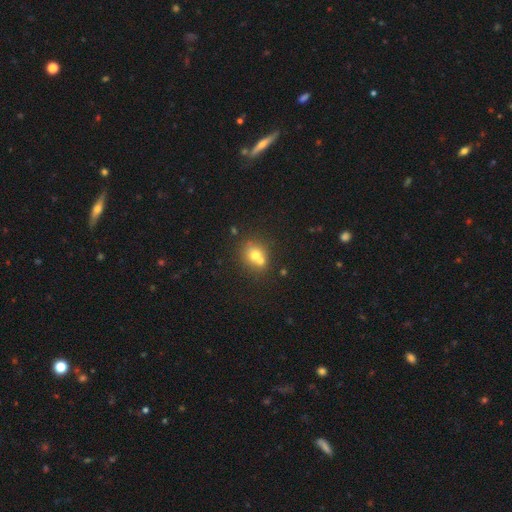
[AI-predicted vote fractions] Morphology: type=smooth (67%); roundness=round (73%); merging=merger (45%).